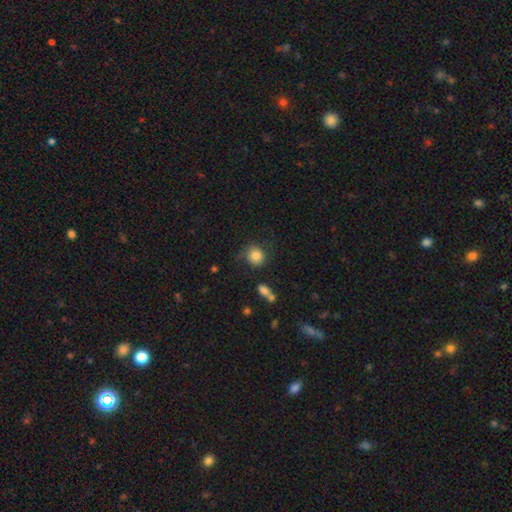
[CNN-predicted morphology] smooth-or-featured: smooth: 81% | featured or disk: 10% | star or artifact: 9%
  how-rounded: round: 81% | in between: 18% | cigar-shaped: 1%
  merging: none: 66% | minor disturbance: 21% | major disturbance: 9% | merger: 4%